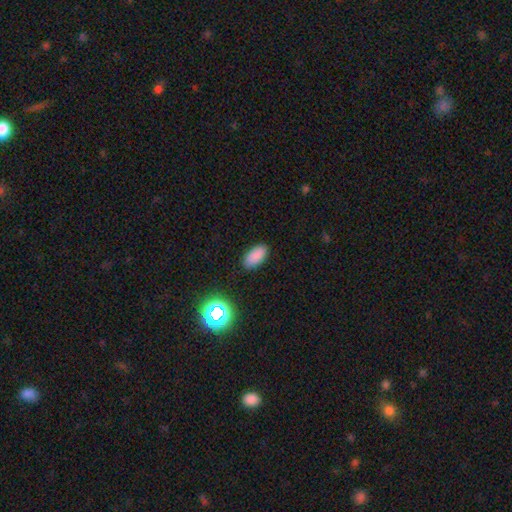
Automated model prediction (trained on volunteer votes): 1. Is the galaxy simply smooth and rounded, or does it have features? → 84% smooth, 12% star or artifact, 4% featured or disk.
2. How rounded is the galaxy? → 92% in between, 6% cigar-shaped, 3% round.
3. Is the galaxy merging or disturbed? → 87% none, 9% minor disturbance, 2% major disturbance, 1% merger.